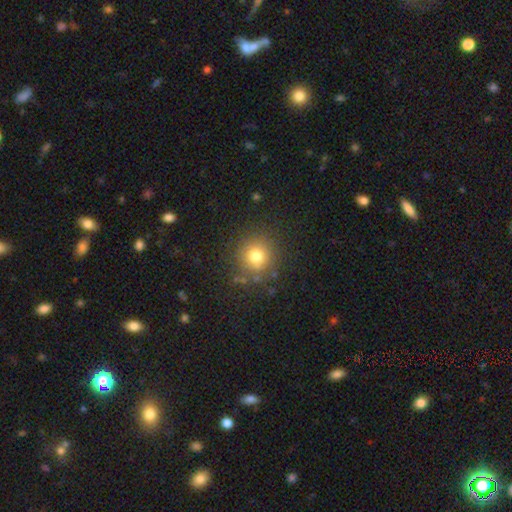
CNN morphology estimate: Q: Smooth or featured?
A: smooth (76%); runner-up: star or artifact (16%)
Q: How rounded?
A: round (91%); runner-up: in between (8%)
Q: Merging?
A: none (84%); runner-up: minor disturbance (10%)